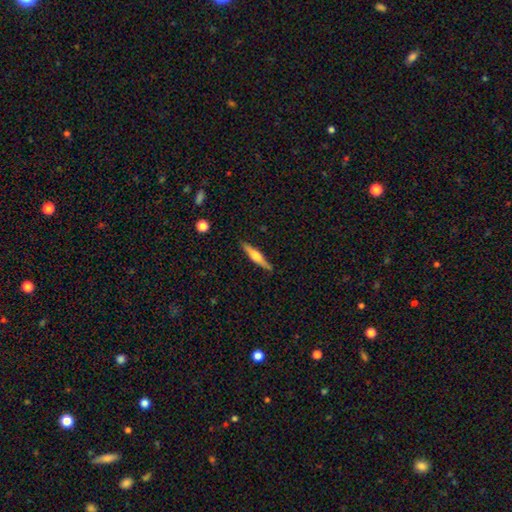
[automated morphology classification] A featured or disk galaxy (57%) viewed edge-on (97%) with a rounded central bulge (81%). Merging: none (89%).